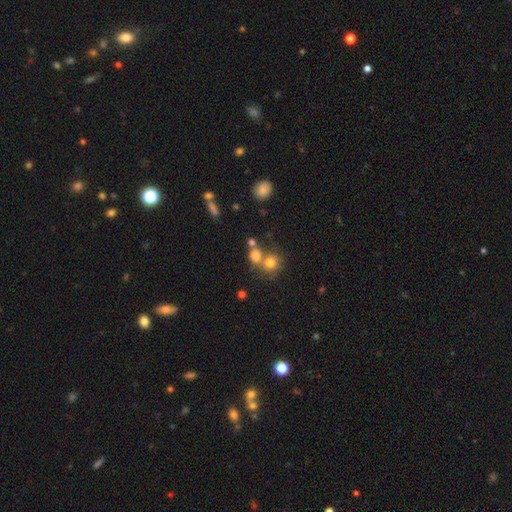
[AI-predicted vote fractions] Smooth or featured: smooth — 75% (star or artifact — 15%)
How rounded: round — 78% (in between — 21%)
Merging: merger — 45% (none — 44%)